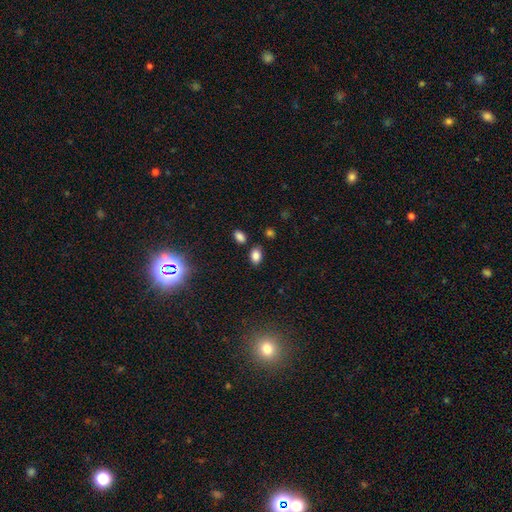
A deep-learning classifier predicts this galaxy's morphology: Smooth or featured? smooth (83%)
How rounded? in between (82%)
Merging? none (79%)